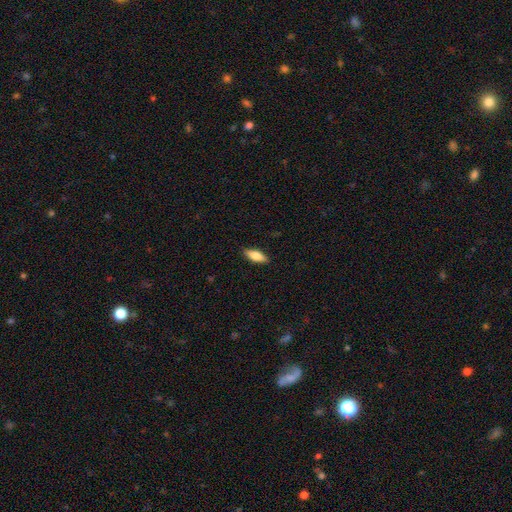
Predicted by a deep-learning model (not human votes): This appears to be a smooth galaxy with no disk features (74%) that is in between round and cigar-shaped (69%). Merging: none (88%).